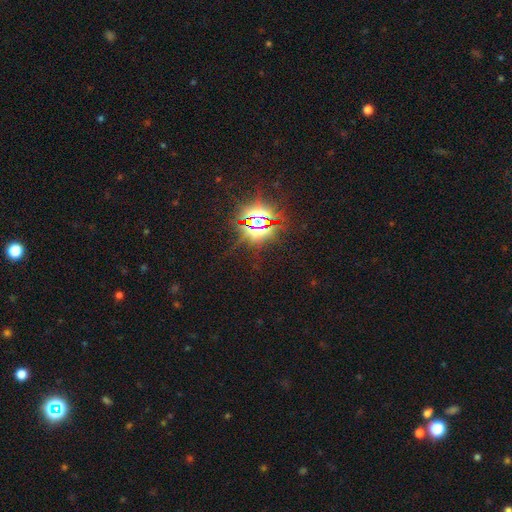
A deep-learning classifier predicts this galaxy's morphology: Smooth or featured? Predicted: star or artifact (p=0.85).